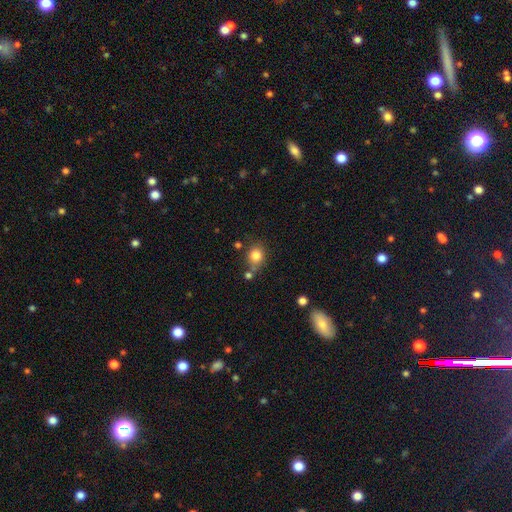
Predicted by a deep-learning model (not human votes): smooth 82%, star or artifact 11%, featured or disk 7%. Down the decision tree: how rounded — round (75%); merging — none (66%).